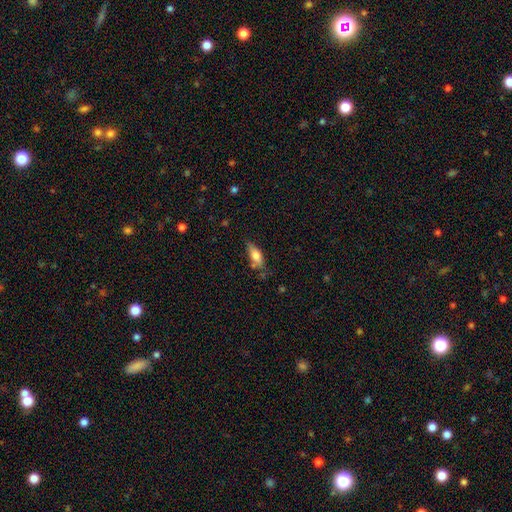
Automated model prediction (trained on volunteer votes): This is likely a smooth galaxy (72%). How rounded: likely in between (71%). Merging: possibly none (57%).